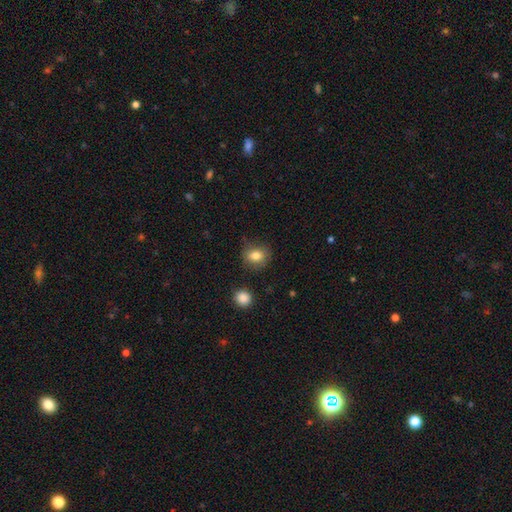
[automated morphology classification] Q: Smooth or featured?
A: smooth (81%); runner-up: star or artifact (10%)
Q: How rounded?
A: round (73%); runner-up: in between (26%)
Q: Merging?
A: none (79%); runner-up: minor disturbance (15%)